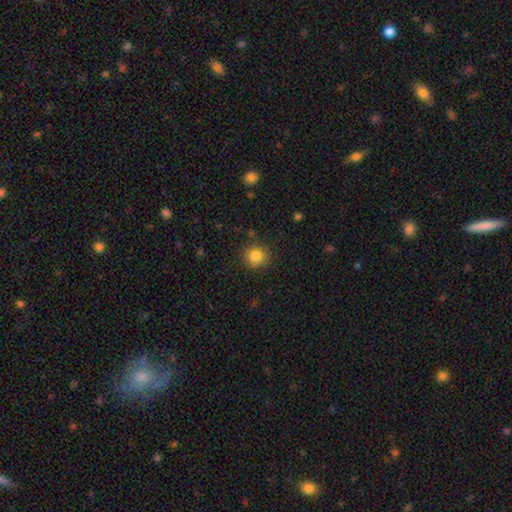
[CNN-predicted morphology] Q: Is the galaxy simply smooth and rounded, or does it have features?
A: smooth — 84%.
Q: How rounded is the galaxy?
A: round — 89%.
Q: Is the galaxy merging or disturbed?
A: none — 85%.